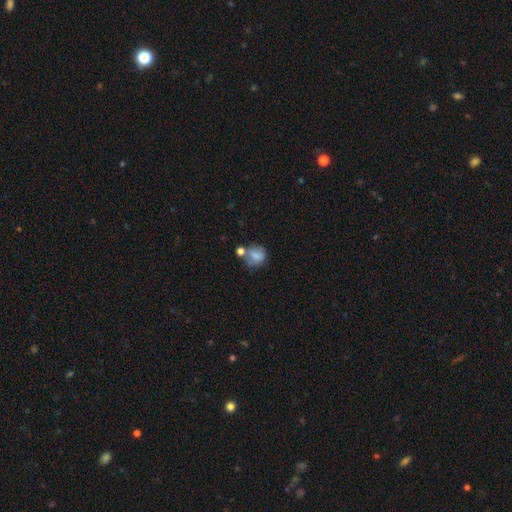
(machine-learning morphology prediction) A smooth galaxy with no disk features (73%) that is round (68%).

Vote fractions:
- Smooth or featured? smooth: 73% / featured or disk: 17% / star or artifact: 10%
- How rounded? round: 68% / in between: 31% / cigar-shaped: 1%
- Merging? none: 42% / merger: 29% / minor disturbance: 19% / major disturbance: 10%